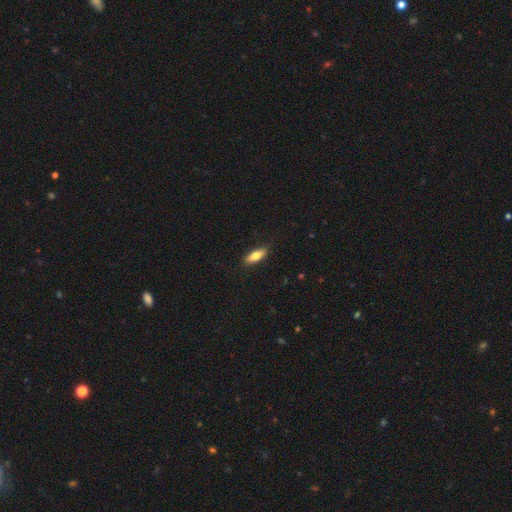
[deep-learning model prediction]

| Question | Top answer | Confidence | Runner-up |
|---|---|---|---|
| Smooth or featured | smooth | 74% | featured or disk (20%) |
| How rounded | in between | 63% | cigar-shaped (34%) |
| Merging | none | 87% | minor disturbance (10%) |